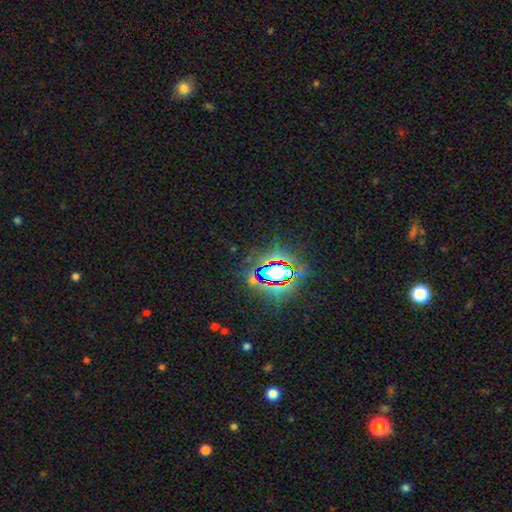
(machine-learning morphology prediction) Smooth or featured: star or artifact — 82% (smooth — 10%)